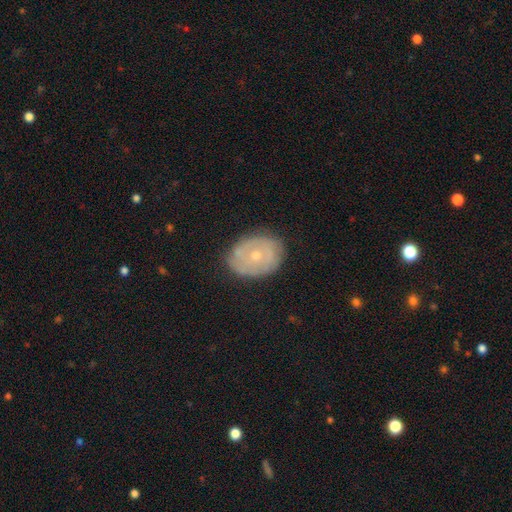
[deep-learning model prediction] A featured or disk galaxy (60%) with no bar (86%), spiral arms (56%) and a small central bulge (59%).

Vote fractions:
- Smooth or featured? featured or disk: 60% / smooth: 32% / star or artifact: 8%
- Edge-on disk? no: 95% / yes: 5%
- Bar? no: 86% / weak: 11% / strong: 3%
- Spiral arms? yes: 56% / no: 44%
- Bulge size? small: 59% / moderate: 38% / large: 1% / none: 1% / dominant: 1%
- Merging? none: 78% / minor disturbance: 17% / major disturbance: 4% / merger: 1%